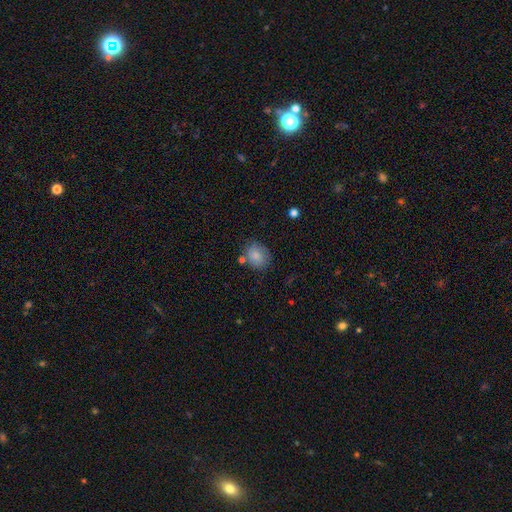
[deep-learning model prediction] Q: Smooth or featured?
A: smooth (83%); runner-up: featured or disk (9%)
Q: How rounded?
A: round (56%); runner-up: in between (43%)
Q: Merging?
A: none (70%); runner-up: minor disturbance (17%)